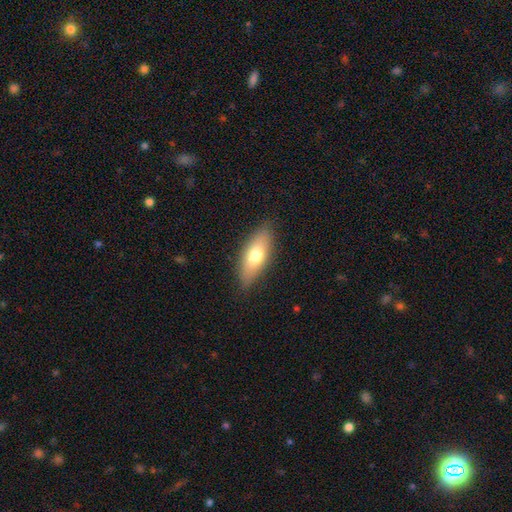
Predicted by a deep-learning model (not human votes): This is likely a smooth galaxy (70%). How rounded: likely in between (70%). Merging: clearly none (85%).